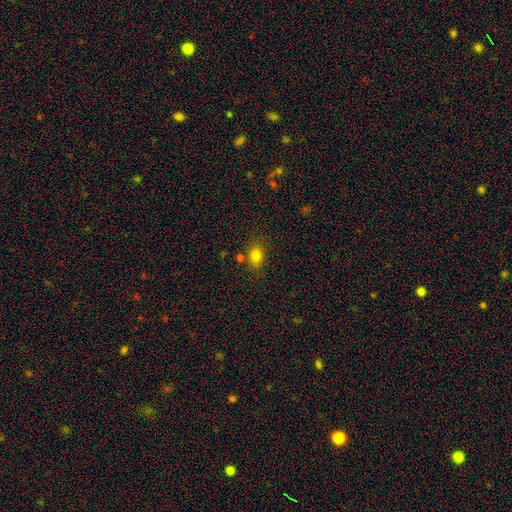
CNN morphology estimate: A smooth galaxy with no disk features (81%) that is in between round and cigar-shaped (68%).

Vote fractions:
- Smooth or featured? smooth: 81% / star or artifact: 12% / featured or disk: 7%
- How rounded? in between: 68% / round: 31% / cigar-shaped: 1%
- Merging? none: 75% / minor disturbance: 13% / merger: 8% / major disturbance: 4%